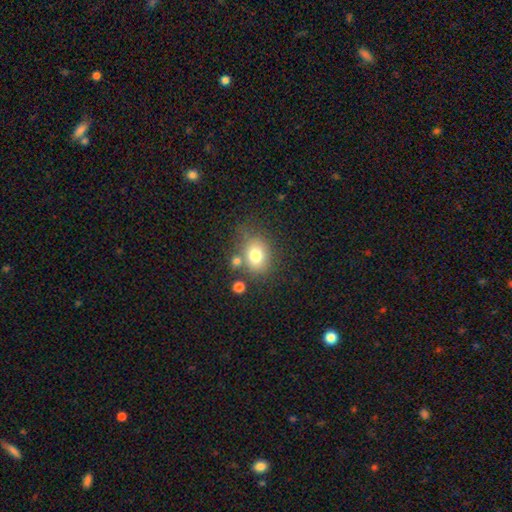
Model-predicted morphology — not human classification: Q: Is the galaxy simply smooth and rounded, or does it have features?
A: smooth — 76%.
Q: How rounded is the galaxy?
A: in between — 50%.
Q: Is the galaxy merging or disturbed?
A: none — 62%.